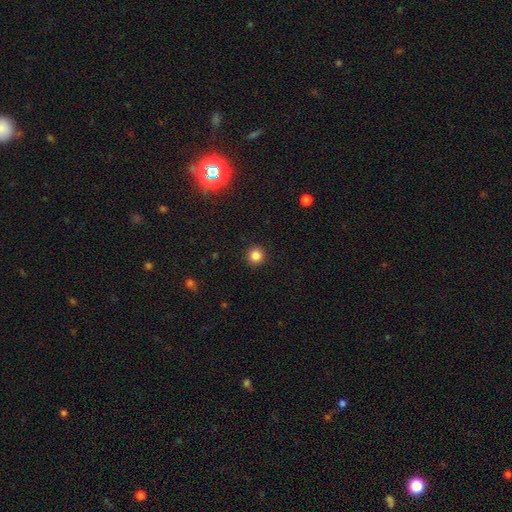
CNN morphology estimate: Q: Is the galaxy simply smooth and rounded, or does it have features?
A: smooth — 84%.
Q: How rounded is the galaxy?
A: round — 94%.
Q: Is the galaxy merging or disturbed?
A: none — 92%.